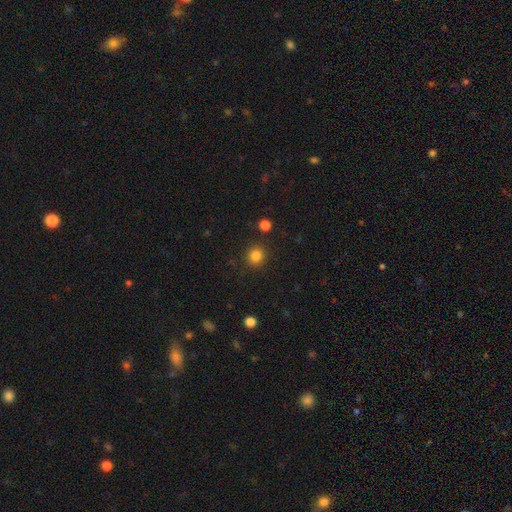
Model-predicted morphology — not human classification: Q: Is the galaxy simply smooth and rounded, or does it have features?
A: smooth — 84%.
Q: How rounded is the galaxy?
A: round — 89%.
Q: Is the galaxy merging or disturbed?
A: none — 89%.